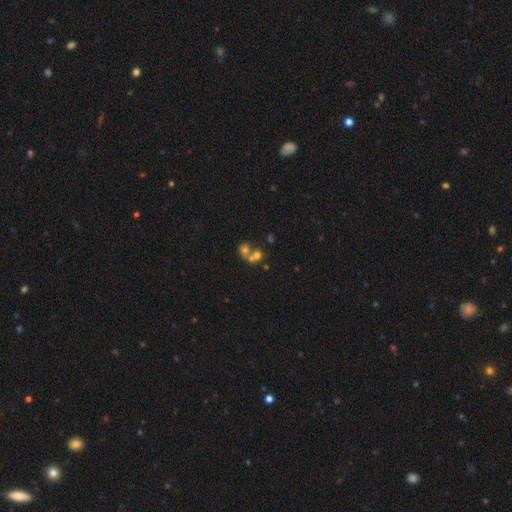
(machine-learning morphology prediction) The model was most divided on "smooth or featured": smooth: 58%, featured or disk: 25%, star or artifact: 17%. More confident: how rounded — round (71%); merging — merger (63%).